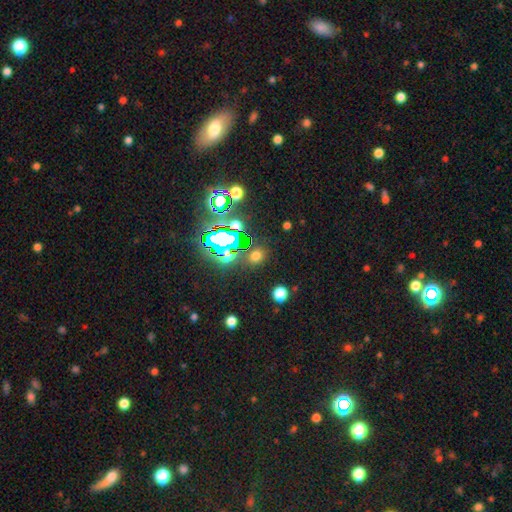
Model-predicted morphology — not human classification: A smooth galaxy with no disk features (50%) that is round (77%). Merging: none (83%).